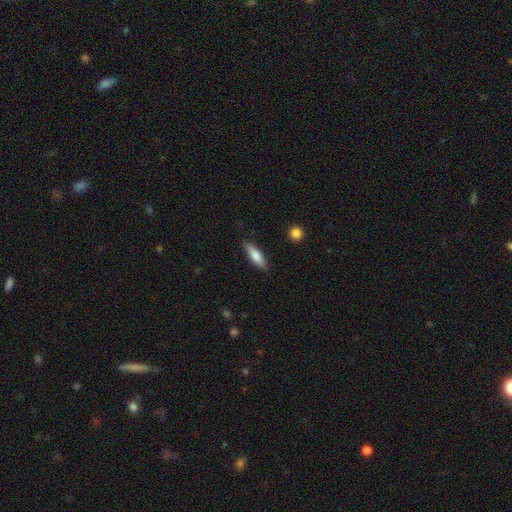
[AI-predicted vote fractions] smooth-or-featured: smooth: 79% | featured or disk: 15% | star or artifact: 6%
  how-rounded: cigar-shaped: 51% | in between: 47% | round: 2%
  merging: none: 86% | minor disturbance: 10% | major disturbance: 2% | merger: 1%